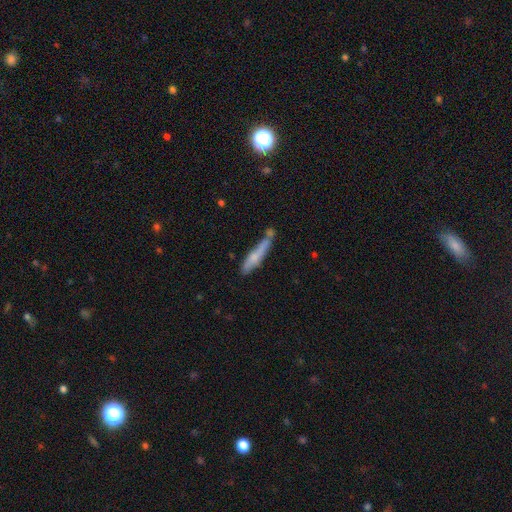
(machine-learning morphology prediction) Smooth or featured: smooth — 62% (featured or disk — 32%)
How rounded: cigar-shaped — 90% (in between — 8%)
Merging: none — 58% (minor disturbance — 22%)